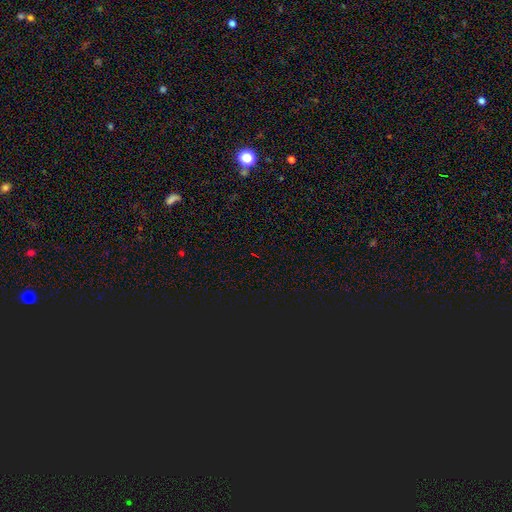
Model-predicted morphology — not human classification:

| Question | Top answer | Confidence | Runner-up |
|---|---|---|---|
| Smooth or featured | star or artifact | 76% | smooth (17%) |